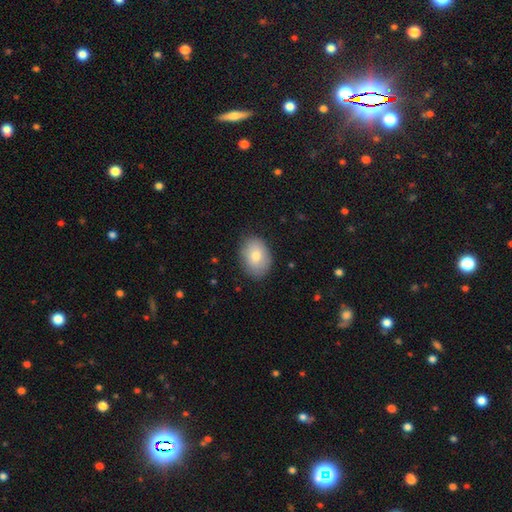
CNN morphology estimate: Overall: smooth (78%). How rounded: in between (75%). Merging: none (83%).